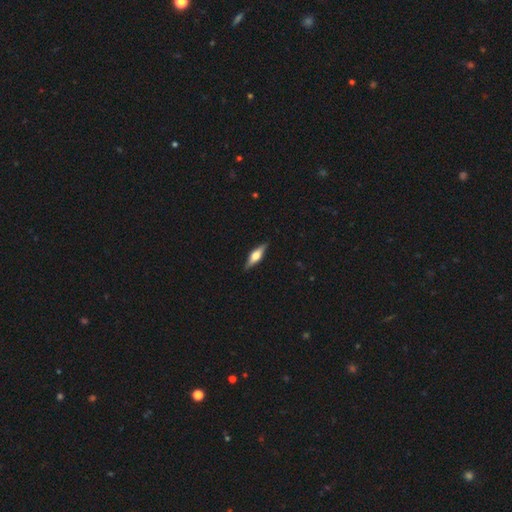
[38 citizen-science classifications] featured or disk 63%, smooth 29%, star or artifact 8%. Down the decision tree: edge-on disk — yes (96%); edge-on bulge — rounded (96%); merging — none (86%).